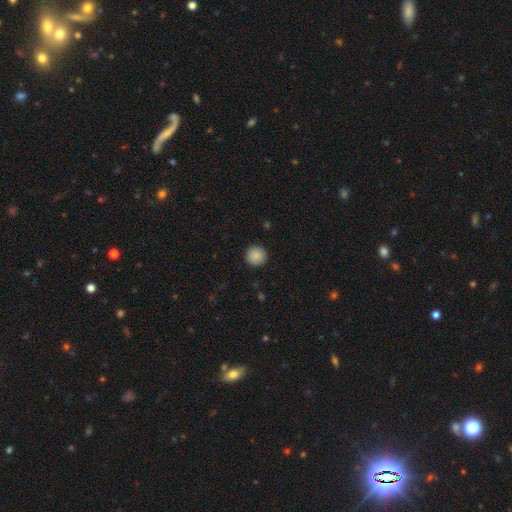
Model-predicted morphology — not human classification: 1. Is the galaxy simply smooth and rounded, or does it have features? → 89% smooth, 8% star or artifact, 3% featured or disk.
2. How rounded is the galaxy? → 95% round, 4% in between, 1% cigar-shaped.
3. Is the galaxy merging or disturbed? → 92% none, 5% minor disturbance, 2% major disturbance, 1% merger.